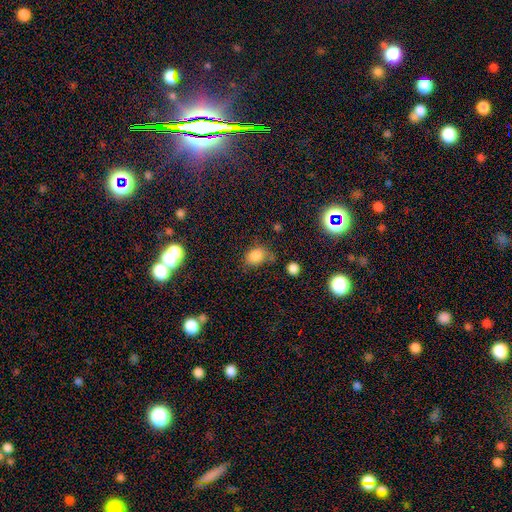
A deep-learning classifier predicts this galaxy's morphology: smooth_or_featured: smooth (p=0.82) [alt: star or artifact p=0.12]
how_rounded: in between (p=0.60) [alt: round p=0.39]
merging: none (p=0.60) [alt: minor disturbance p=0.24]